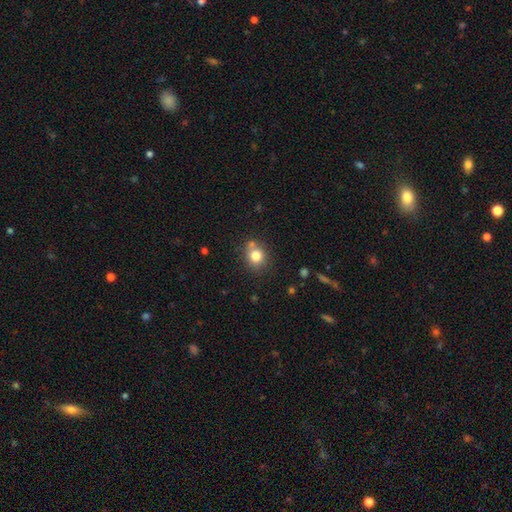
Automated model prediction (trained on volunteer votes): This appears to be a smooth galaxy with no disk features (79%) that is round (73%). Merging: none (66%).